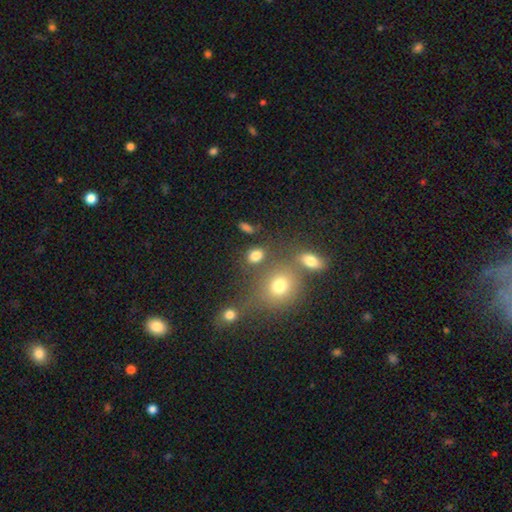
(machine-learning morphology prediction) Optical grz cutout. It shows a smooth galaxy with no disk features (80%) that is in between round and cigar-shaped (51%). Merging: none (68%).